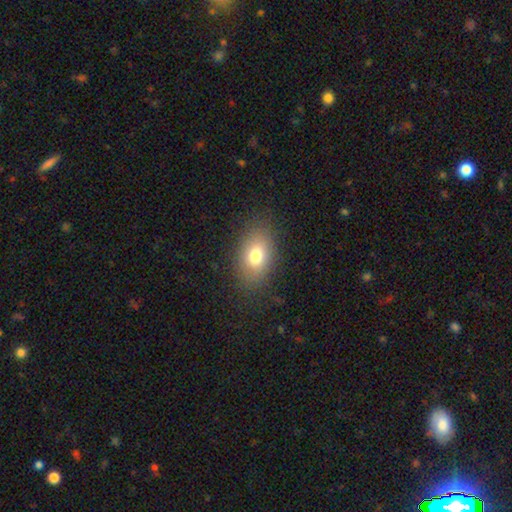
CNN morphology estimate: type=smooth (76%); roundness=in between (81%); merging=none (83%).